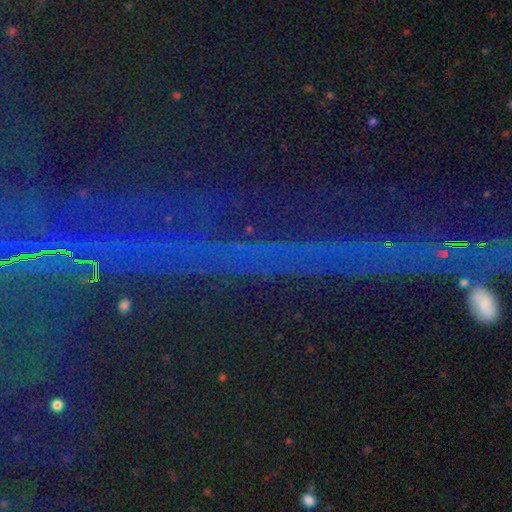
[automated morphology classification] Smooth or featured?
  - star or artifact: 86% *
  - featured or disk: 7%
  - smooth: 6%